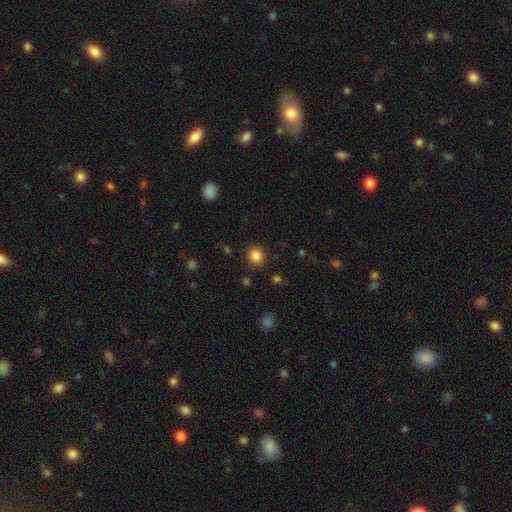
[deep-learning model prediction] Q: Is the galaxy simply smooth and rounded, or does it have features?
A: smooth — 85%.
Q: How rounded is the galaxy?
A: round — 84%.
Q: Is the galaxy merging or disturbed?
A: none — 89%.